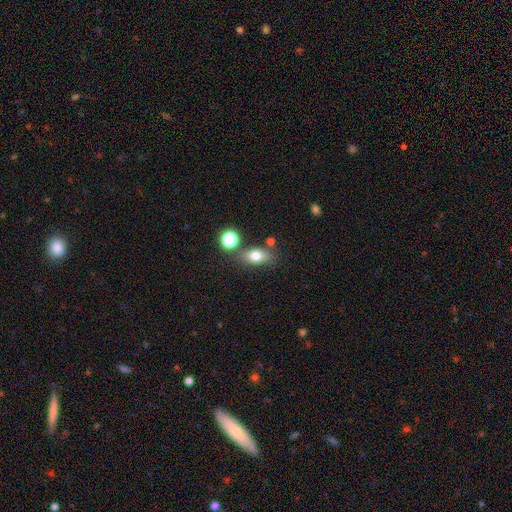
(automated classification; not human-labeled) Smooth or featured: smooth — 72% (featured or disk — 16%)
How rounded: in between — 72% (round — 19%)
Merging: none — 73% (minor disturbance — 14%)